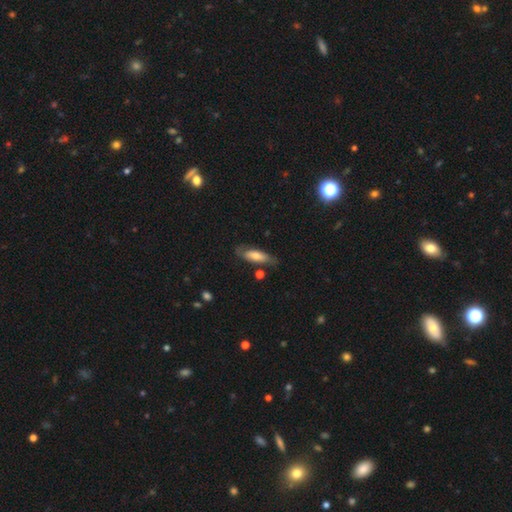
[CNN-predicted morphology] smooth_or_featured: smooth (p=0.63) [alt: featured or disk p=0.30]
how_rounded: in between (p=0.56) [alt: cigar-shaped p=0.42]
merging: none (p=0.68) [alt: minor disturbance p=0.22]